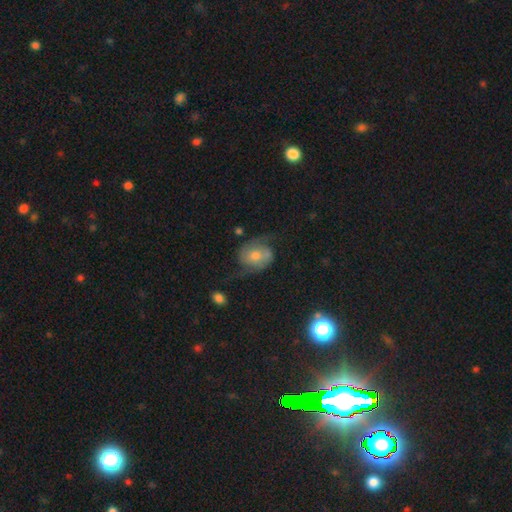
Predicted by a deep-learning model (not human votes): Smooth or featured? featured or disk (71%)
Edge-on disk? no (97%)
Bar? no (69%)
Spiral arms? yes (91%)
Spiral winding? medium (44%)
Spiral arm count? 2 (89%)
Bulge size? moderate (58%)
Merging? none (63%)